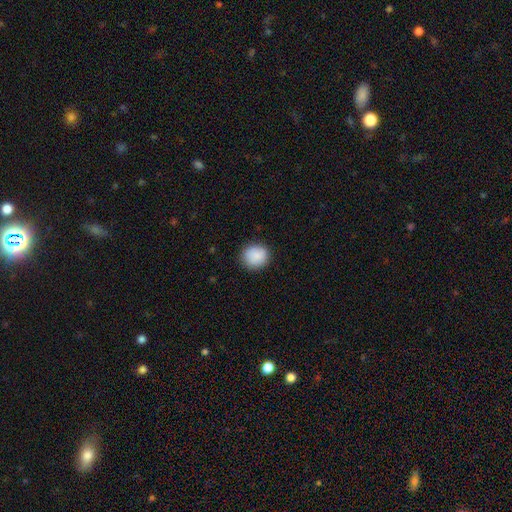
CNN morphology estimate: smooth_or_featured: smooth (p=0.89) [alt: star or artifact p=0.07]
how_rounded: round (p=0.84) [alt: in between p=0.15]
merging: none (p=0.88) [alt: minor disturbance p=0.09]